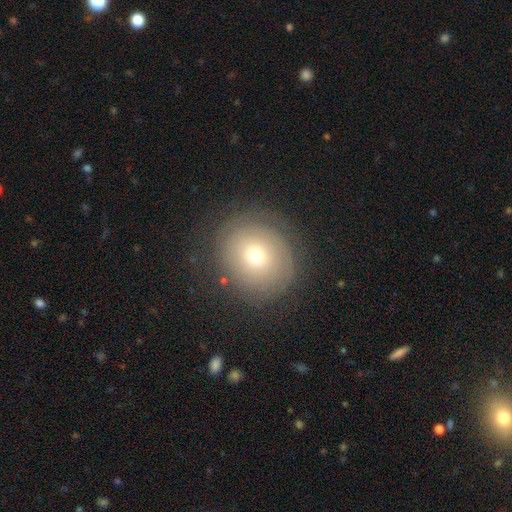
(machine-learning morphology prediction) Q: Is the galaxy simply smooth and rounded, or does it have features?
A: smooth — 59%.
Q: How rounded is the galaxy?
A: round — 84%.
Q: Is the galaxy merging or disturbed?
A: none — 80%.